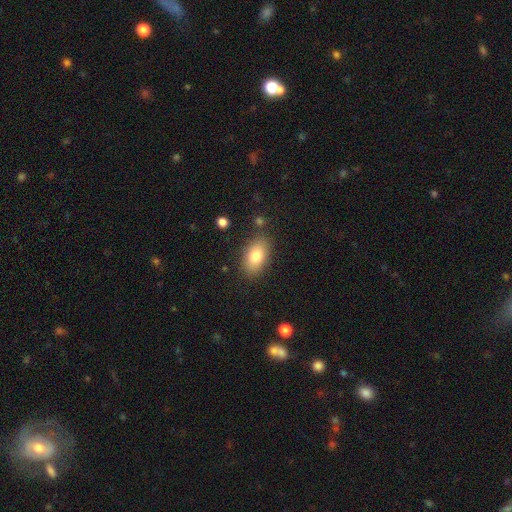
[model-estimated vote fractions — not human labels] smooth 80%, featured or disk 12%, star or artifact 8%. Down the decision tree: how rounded — in between (91%); merging — none (83%).